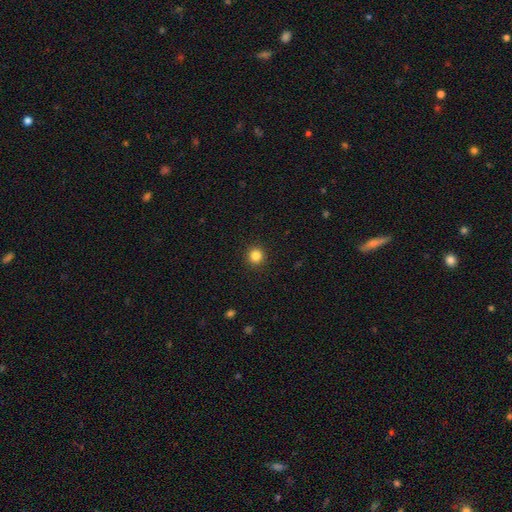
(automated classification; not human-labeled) Smooth or featured: smooth — 84% (star or artifact — 12%)
How rounded: round — 93% (in between — 6%)
Merging: none — 93% (minor disturbance — 5%)